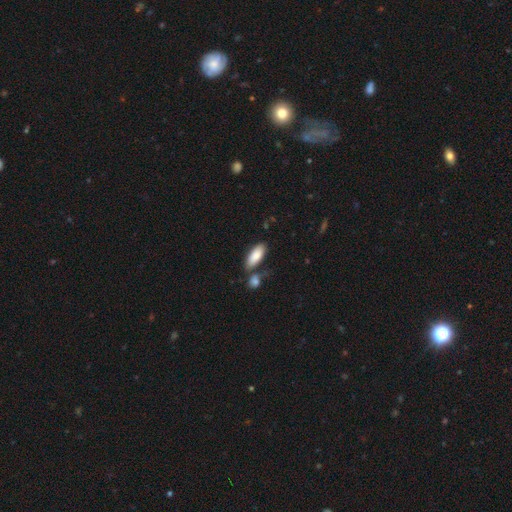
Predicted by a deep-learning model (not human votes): Smooth or featured? Predicted: smooth (p=0.86). How rounded? Predicted: in between (p=0.84). Merging? Predicted: none (p=0.64).